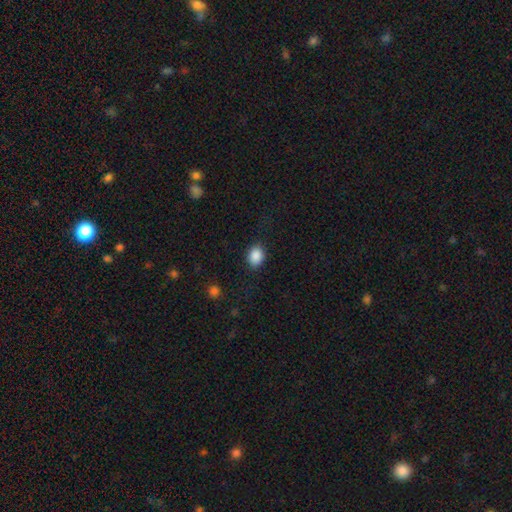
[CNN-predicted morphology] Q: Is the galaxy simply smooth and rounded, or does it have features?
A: smooth — 88%.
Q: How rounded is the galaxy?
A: in between — 55%.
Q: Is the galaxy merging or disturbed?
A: none — 84%.